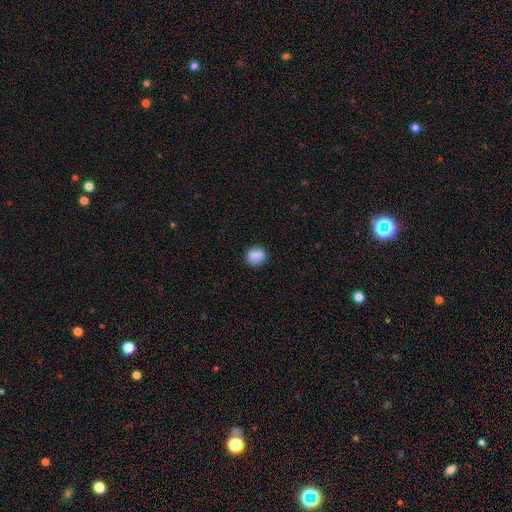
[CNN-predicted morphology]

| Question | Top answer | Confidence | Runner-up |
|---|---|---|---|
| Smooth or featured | smooth | 86% | star or artifact (8%) |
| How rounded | round | 82% | in between (17%) |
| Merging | none | 87% | minor disturbance (9%) |